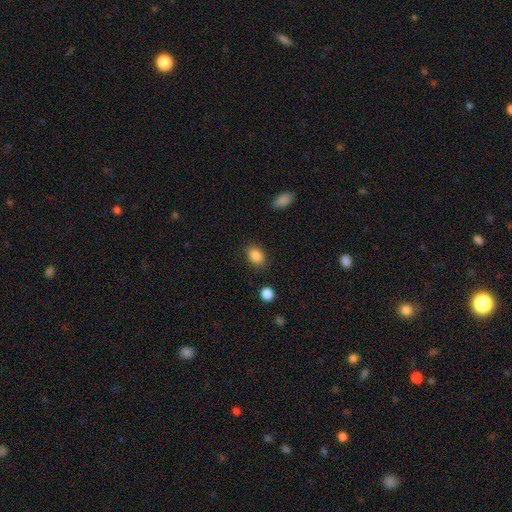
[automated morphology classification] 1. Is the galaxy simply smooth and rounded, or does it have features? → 87% smooth, 9% star or artifact, 4% featured or disk.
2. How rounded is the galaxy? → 73% in between, 26% round, 1% cigar-shaped.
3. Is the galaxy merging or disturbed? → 82% none, 12% minor disturbance, 3% major disturbance, 2% merger.